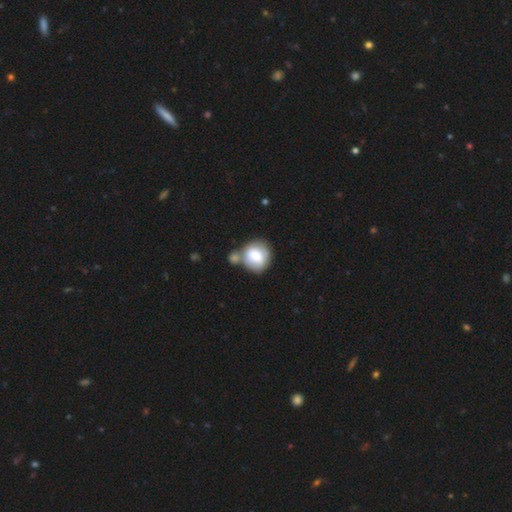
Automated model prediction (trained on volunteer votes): This appears to be a smooth galaxy with no disk features (66%) that is round (85%). Merging: merger (42%).